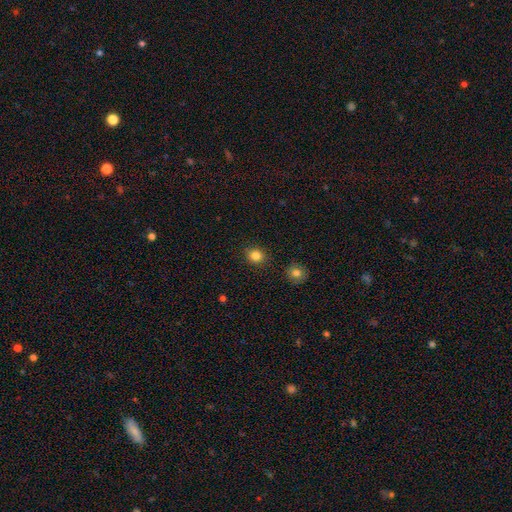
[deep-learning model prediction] Q: Smooth or featured?
A: smooth (84%); runner-up: star or artifact (12%)
Q: How rounded?
A: round (84%); runner-up: in between (15%)
Q: Merging?
A: none (90%); runner-up: minor disturbance (6%)